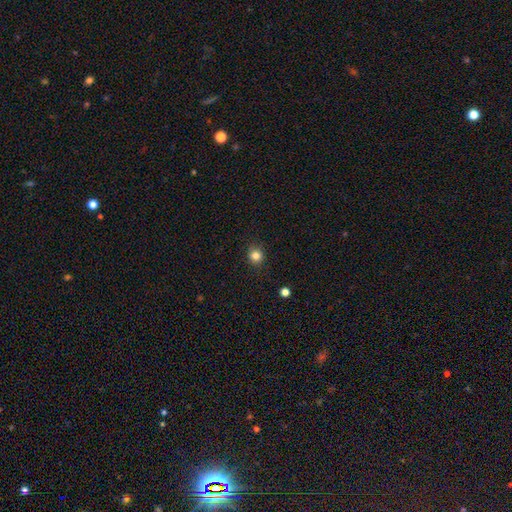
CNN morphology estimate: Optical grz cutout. It shows a smooth galaxy with no disk features (83%) that is round (87%). Merging: none (90%).